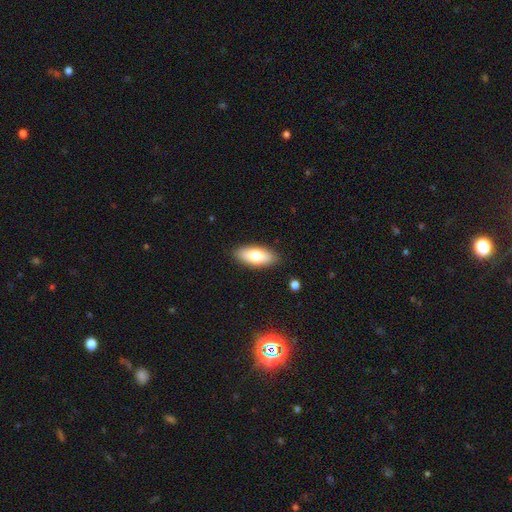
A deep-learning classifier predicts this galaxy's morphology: Overall: smooth (75%). How rounded: in between (82%). Merging: none (88%).